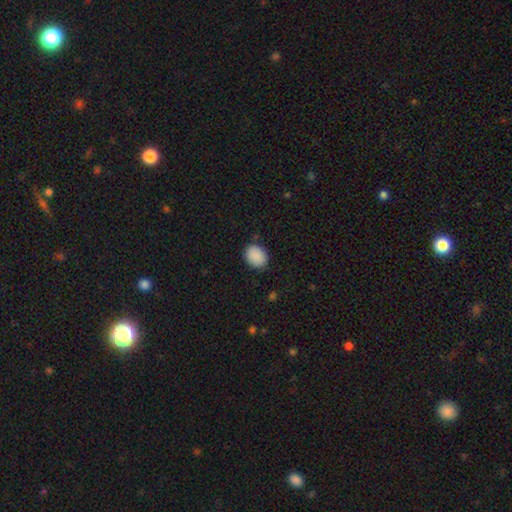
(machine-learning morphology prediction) Smooth or featured: smooth — 90% (star or artifact — 8%)
How rounded: in between — 52% (round — 47%)
Merging: none — 84% (minor disturbance — 12%)